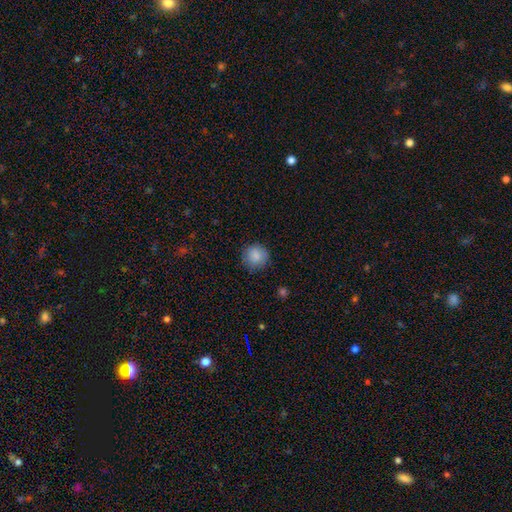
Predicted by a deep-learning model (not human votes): Overall: smooth (87%). How rounded: round (92%). Merging: none (85%).